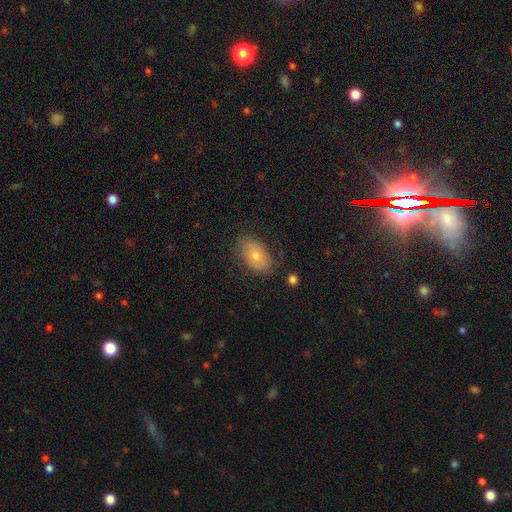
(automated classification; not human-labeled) Smooth or featured? Predicted: smooth (p=0.69). How rounded? Predicted: in between (p=0.91). Merging? Predicted: none (p=0.78).